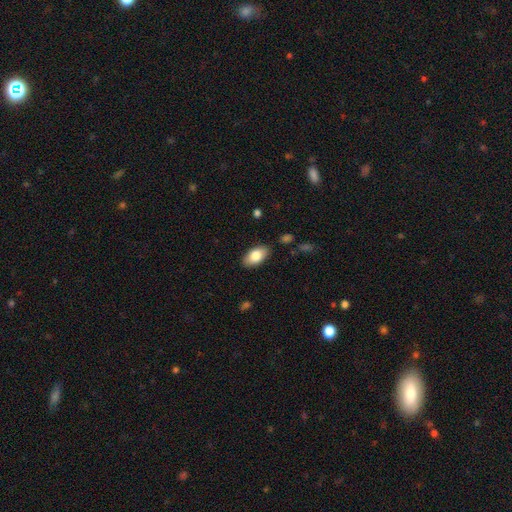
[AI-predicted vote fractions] A smooth galaxy with no disk features (82%) that is in between round and cigar-shaped (94%).

Vote fractions:
- Smooth or featured? smooth: 82% / featured or disk: 12% / star or artifact: 7%
- How rounded? in between: 94% / round: 4% / cigar-shaped: 2%
- Merging? none: 87% / minor disturbance: 10% / major disturbance: 2% / merger: 1%